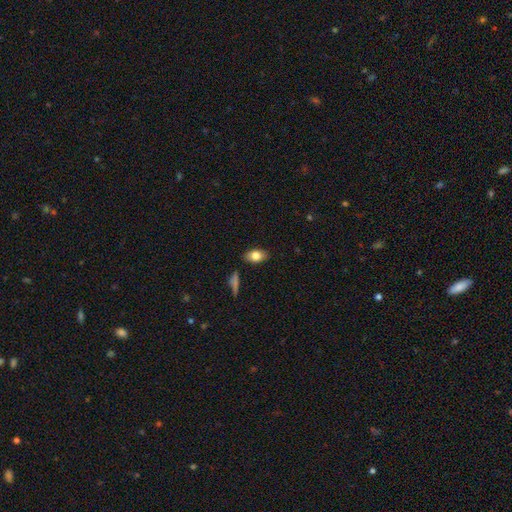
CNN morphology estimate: This is likely a smooth galaxy (78%). How rounded: clearly in between (86%). Merging: clearly none (85%).